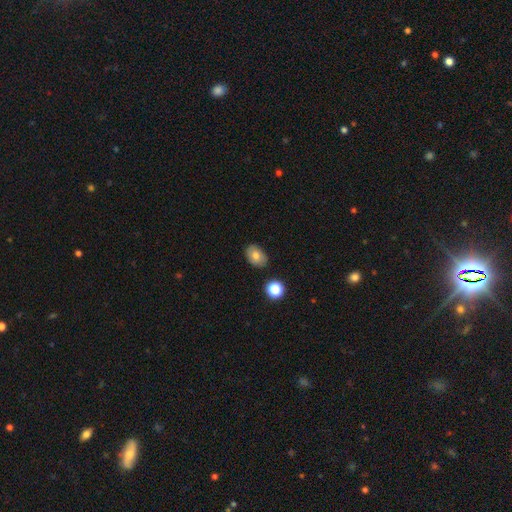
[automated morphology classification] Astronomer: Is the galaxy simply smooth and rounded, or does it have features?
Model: smooth — 76%.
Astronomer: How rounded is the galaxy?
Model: in between — 76%.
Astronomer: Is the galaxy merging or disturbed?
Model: none — 83%.